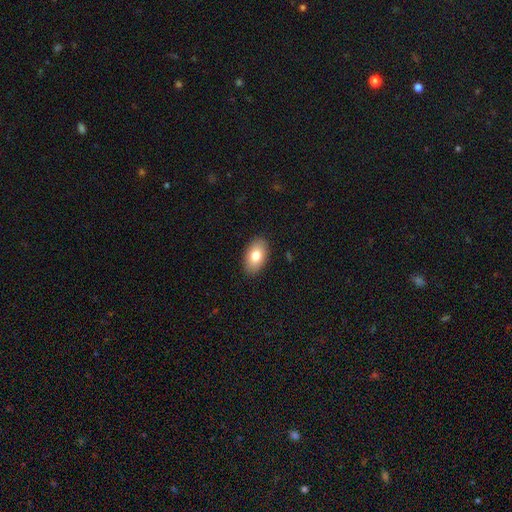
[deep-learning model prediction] Smooth or featured? smooth (79%)
How rounded? in between (93%)
Merging? none (89%)